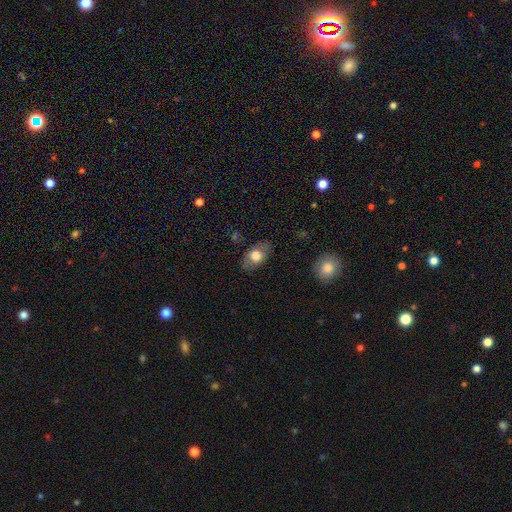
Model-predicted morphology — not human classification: Smooth or featured? smooth (70%)
How rounded? in between (86%)
Merging? none (82%)